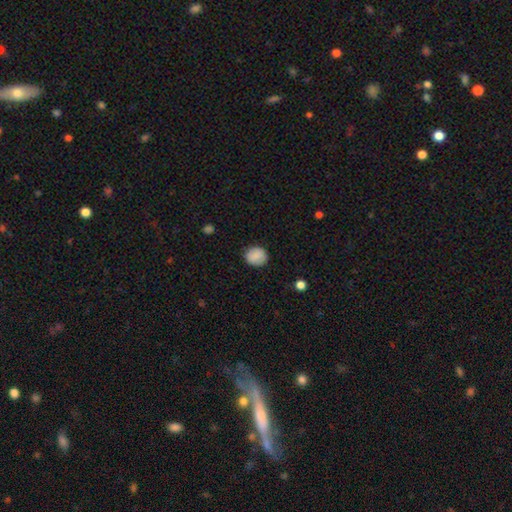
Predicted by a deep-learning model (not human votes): The model was most divided on "how rounded": round: 77%, in between: 22%, cigar-shaped: 1%. More confident: smooth or featured — smooth (87%); merging — none (86%).